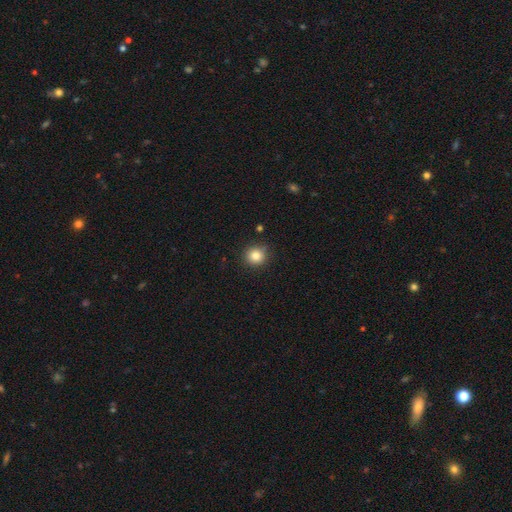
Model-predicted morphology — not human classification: A smooth galaxy with no disk features (84%) that is round (91%). Merging: none (88%).